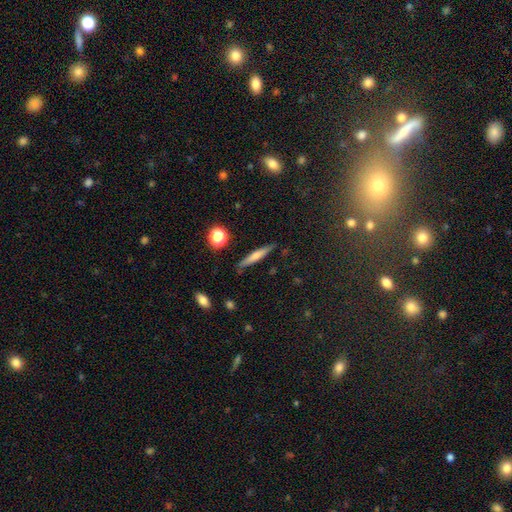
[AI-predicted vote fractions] Morphology: type=smooth (56%); roundness=cigar-shaped (91%); merging=none (85%).